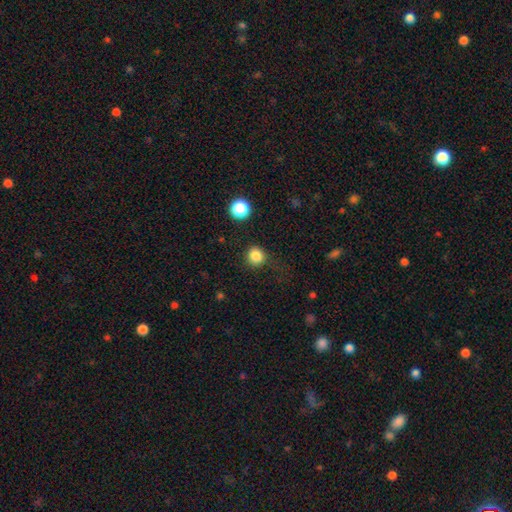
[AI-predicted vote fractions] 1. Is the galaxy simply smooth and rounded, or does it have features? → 84% smooth, 12% star or artifact, 4% featured or disk.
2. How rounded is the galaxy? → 91% round, 8% in between, 1% cigar-shaped.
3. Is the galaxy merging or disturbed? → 81% none, 12% minor disturbance, 5% major disturbance, 2% merger.